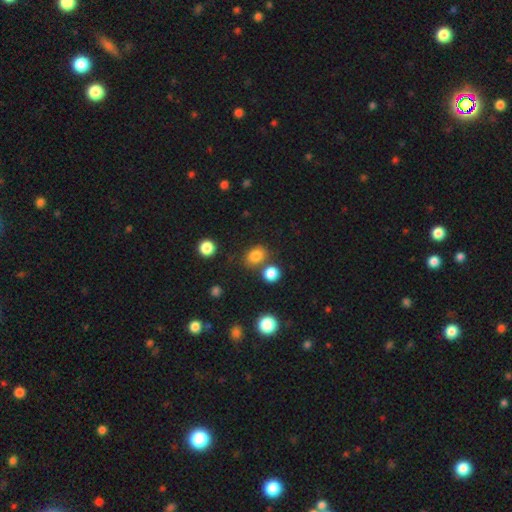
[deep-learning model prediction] Overall: smooth (81%). How rounded: in between (59%; round 40%). Merging: none (70%).